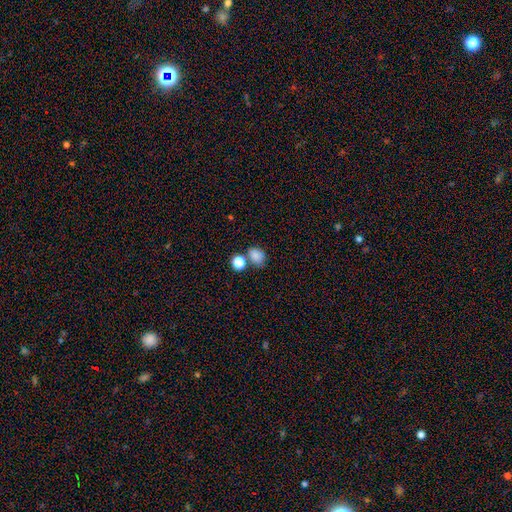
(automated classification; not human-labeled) A smooth galaxy with no disk features (82%) that is round (56%). Merging: none (55%).